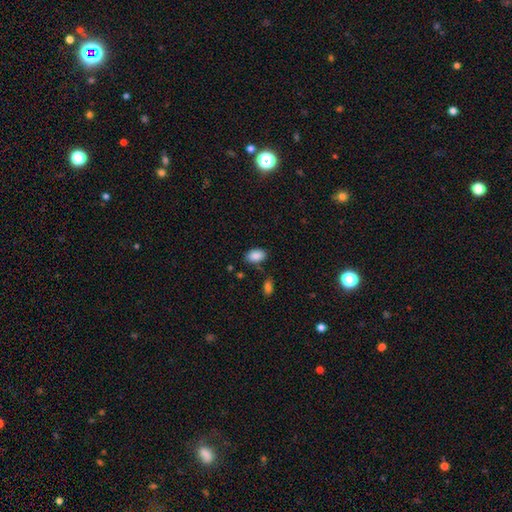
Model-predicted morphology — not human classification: This is clearly a smooth galaxy (88%). How rounded: clearly in between (91%). Merging: likely none (76%).